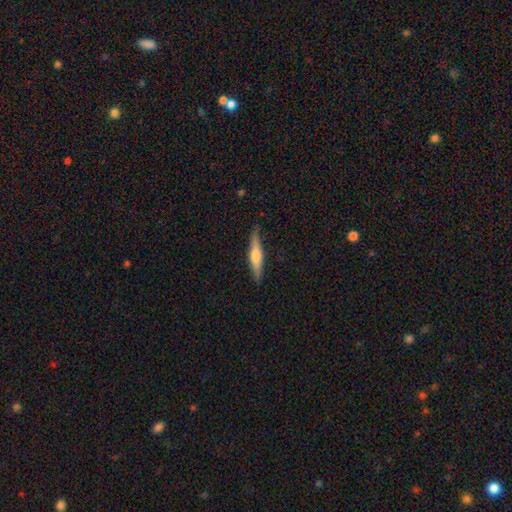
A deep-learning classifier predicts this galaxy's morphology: Smooth or featured? featured or disk (51%)
Edge-on disk? yes (96%)
Merging? none (87%)